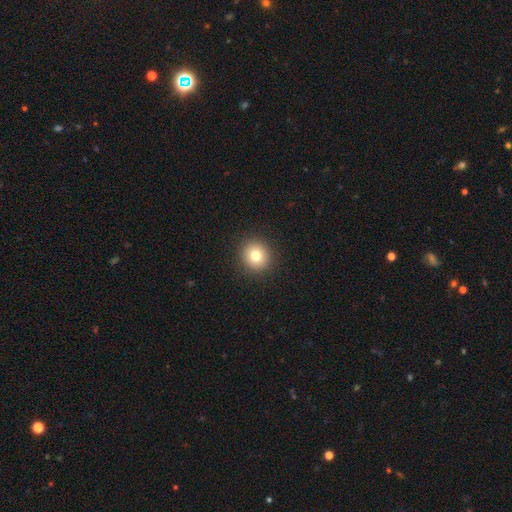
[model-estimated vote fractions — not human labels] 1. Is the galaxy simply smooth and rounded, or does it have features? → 78% smooth, 12% star or artifact, 10% featured or disk.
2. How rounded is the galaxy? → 91% round, 8% in between, 1% cigar-shaped.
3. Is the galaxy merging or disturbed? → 92% none, 5% minor disturbance, 2% major disturbance, 1% merger.